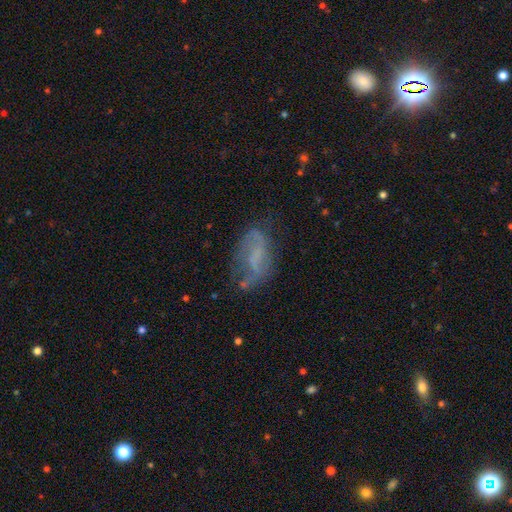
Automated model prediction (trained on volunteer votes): The model was most divided on "spiral arms": yes: 58%, no: 42%. More confident: edge-on disk — no (95%); bulge size — none (64%); smooth or featured — featured or disk (54%); bar — no (52%); merging — none (51%).